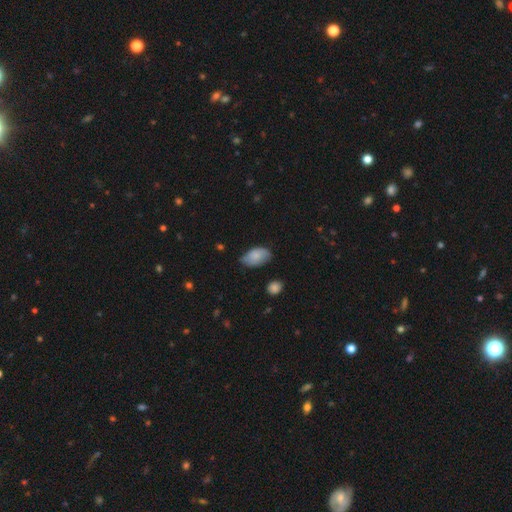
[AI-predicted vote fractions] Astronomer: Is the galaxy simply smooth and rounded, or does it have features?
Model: smooth — 78%.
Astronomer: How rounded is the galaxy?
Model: in between — 94%.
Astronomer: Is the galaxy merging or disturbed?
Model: none — 61%.